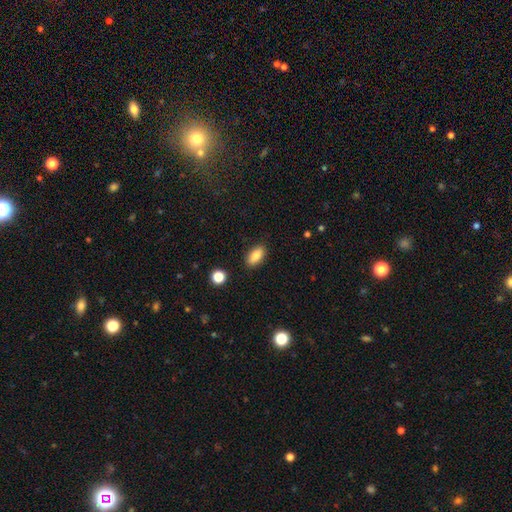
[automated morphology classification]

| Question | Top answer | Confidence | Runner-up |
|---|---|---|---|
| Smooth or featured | smooth | 84% | star or artifact (8%) |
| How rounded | in between | 88% | cigar-shaped (8%) |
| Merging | none | 88% | minor disturbance (9%) |